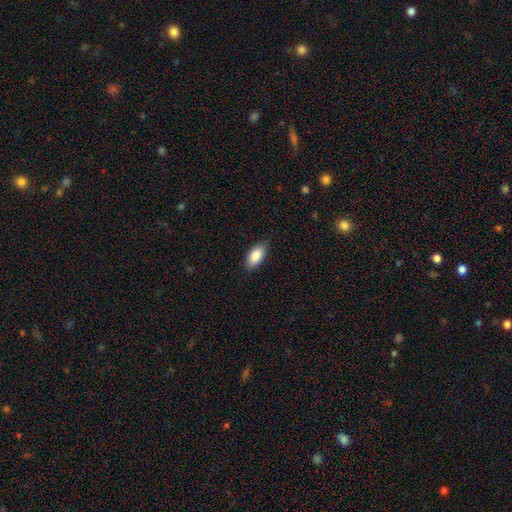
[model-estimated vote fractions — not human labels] This is clearly a smooth galaxy (87%). How rounded: clearly in between (92%). Merging: clearly none (85%).